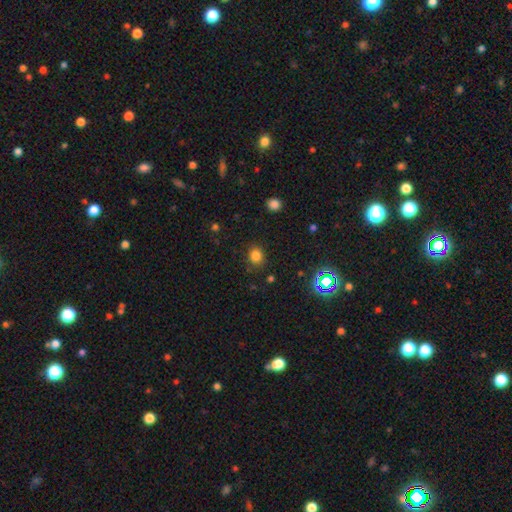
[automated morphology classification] A smooth galaxy with no disk features (80%) that is round (74%). Merging: none (84%).